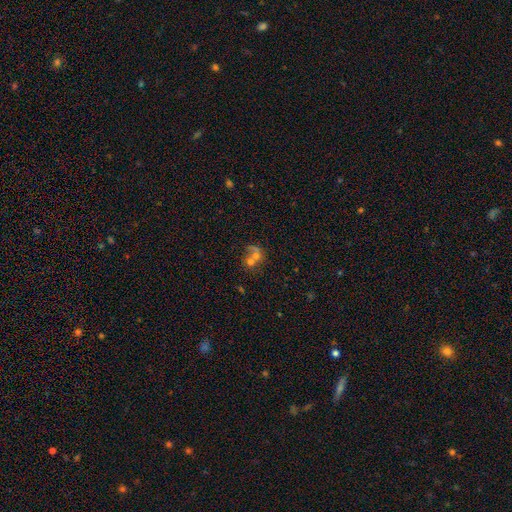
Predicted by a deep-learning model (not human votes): smooth-or-featured: smooth: 51% | featured or disk: 31% | star or artifact: 18%
  how-rounded: round: 67% | in between: 31% | cigar-shaped: 1%
  merging: merger: 59% | none: 24% | major disturbance: 10% | minor disturbance: 7%